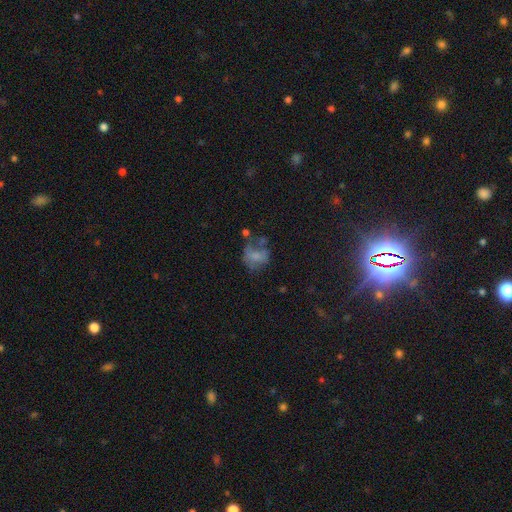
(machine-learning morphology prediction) Smooth or featured?
  - smooth: 53% *
  - featured or disk: 33%
  - star or artifact: 14%
How rounded?
  - round: 55% *
  - in between: 44%
  - cigar-shaped: 1%
Merging?
  - none: 33% *
  - major disturbance: 29%
  - minor disturbance: 23%
  - merger: 14%